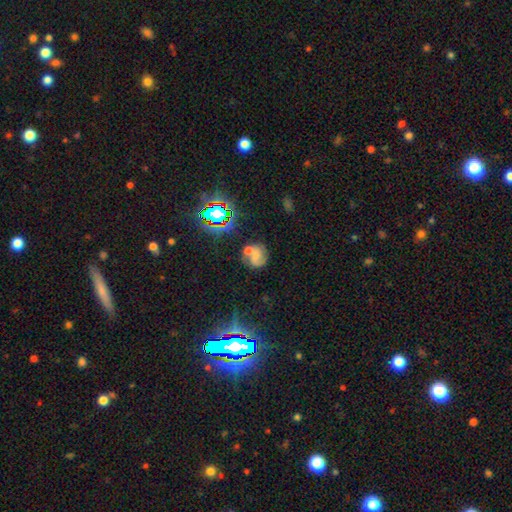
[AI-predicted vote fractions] Smooth or featured? Predicted: featured or disk (p=0.47). Merging? Predicted: none (p=0.48).